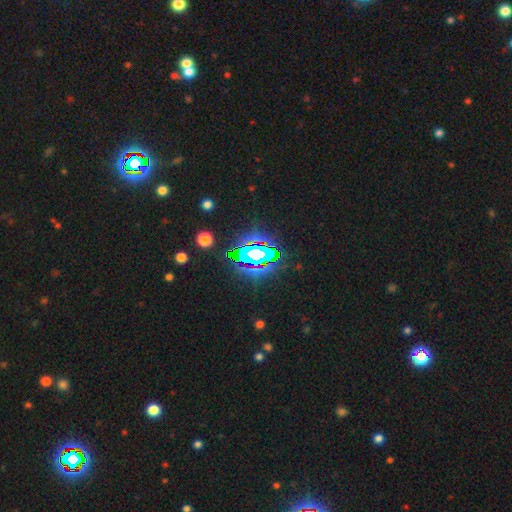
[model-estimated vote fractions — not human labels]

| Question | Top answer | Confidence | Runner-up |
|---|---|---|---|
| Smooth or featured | star or artifact | 72% | smooth (15%) |